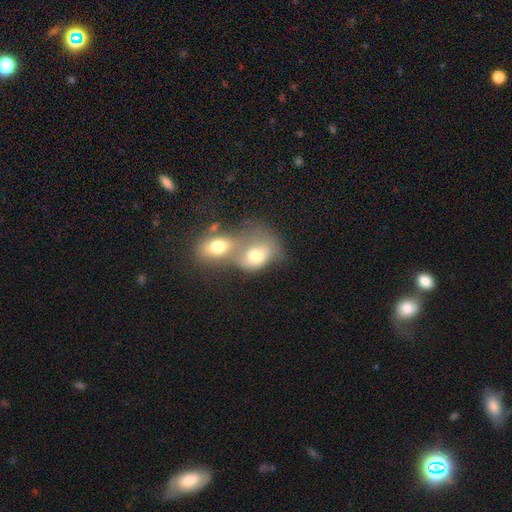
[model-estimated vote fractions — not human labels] smooth-or-featured: smooth: 66% | featured or disk: 24% | star or artifact: 10%
  how-rounded: in between: 60% | round: 38% | cigar-shaped: 2%
  merging: merger: 73% | none: 13% | major disturbance: 8% | minor disturbance: 7%